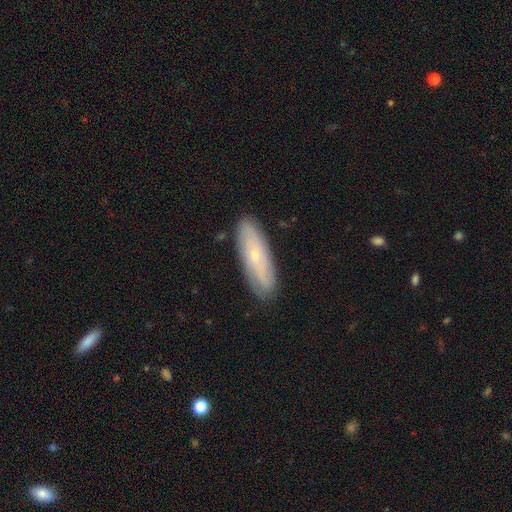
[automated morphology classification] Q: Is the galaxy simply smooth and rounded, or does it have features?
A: featured or disk — 47%.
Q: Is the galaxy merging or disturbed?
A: none — 86%.